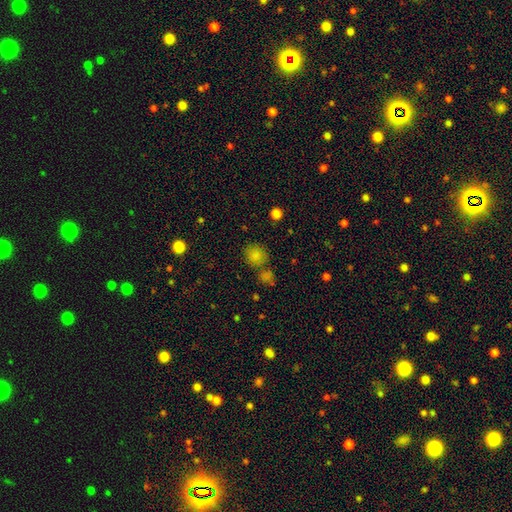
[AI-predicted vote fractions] Smooth or featured?
  - smooth: 80% *
  - star or artifact: 15%
  - featured or disk: 5%
How rounded?
  - round: 81% *
  - in between: 18%
  - cigar-shaped: 1%
Merging?
  - none: 67% *
  - merger: 18%
  - minor disturbance: 11%
  - major disturbance: 4%